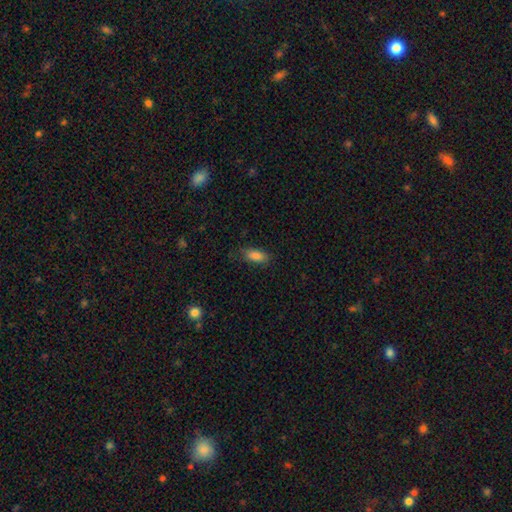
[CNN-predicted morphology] The model was most divided on "merging": none: 77%, minor disturbance: 18%, major disturbance: 4%, merger: 1%. More confident: smooth or featured — smooth (86%); how rounded — in between (85%).